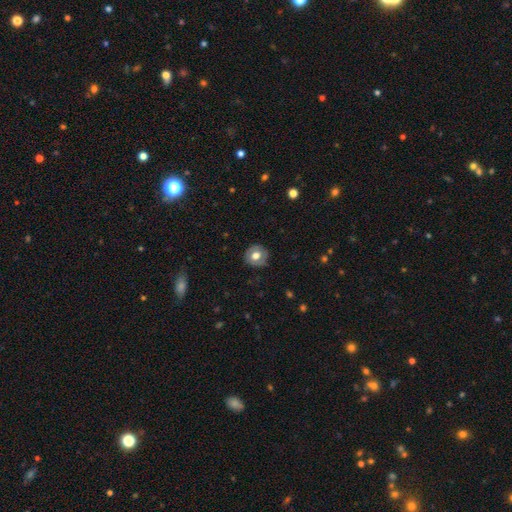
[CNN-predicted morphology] A smooth galaxy with no disk features (59%) that is round (86%).

Vote fractions:
- Smooth or featured? smooth: 59% / featured or disk: 32% / star or artifact: 8%
- How rounded? round: 86% / in between: 14% / cigar-shaped: 1%
- Merging? none: 83% / minor disturbance: 13% / major disturbance: 3% / merger: 1%